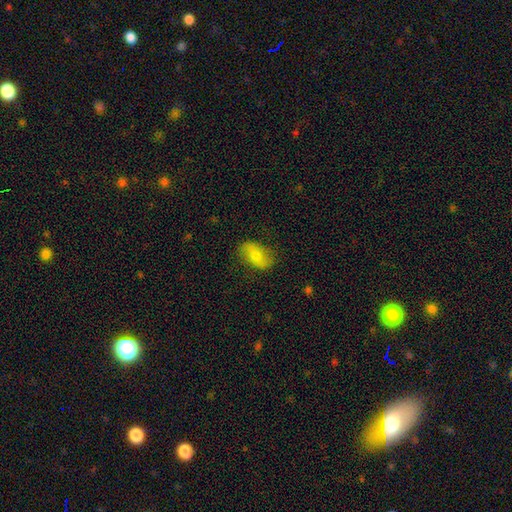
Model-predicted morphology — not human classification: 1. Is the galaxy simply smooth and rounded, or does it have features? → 59% smooth, 33% featured or disk, 8% star or artifact.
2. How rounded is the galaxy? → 88% in between, 9% round, 3% cigar-shaped.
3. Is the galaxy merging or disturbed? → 80% none, 15% minor disturbance, 4% major disturbance, 1% merger.